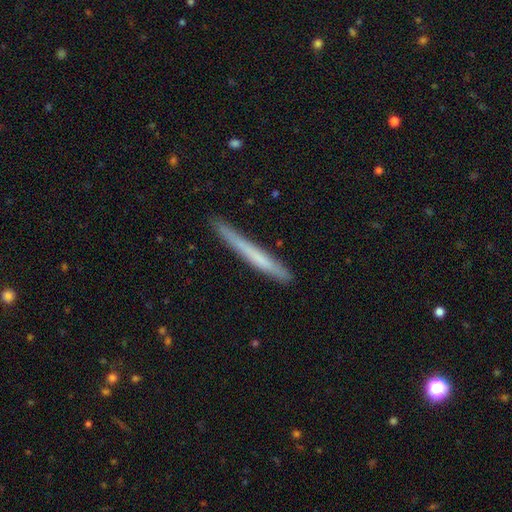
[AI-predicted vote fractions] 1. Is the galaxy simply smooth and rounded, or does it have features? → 58% smooth, 36% featured or disk, 6% star or artifact.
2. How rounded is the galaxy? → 97% cigar-shaped, 2% in between, 1% round.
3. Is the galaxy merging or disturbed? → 83% none, 13% minor disturbance, 2% major disturbance, 2% merger.